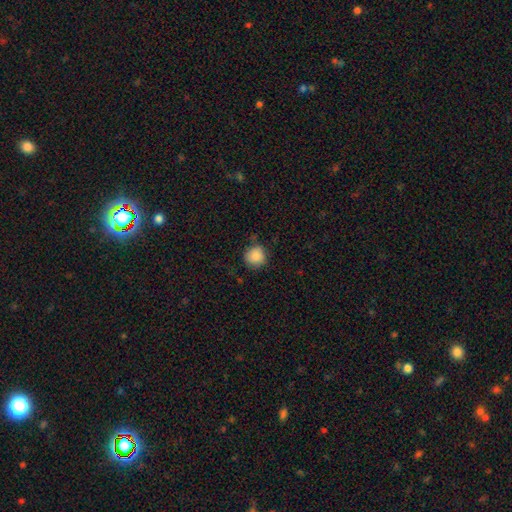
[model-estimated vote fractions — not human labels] This appears to be a smooth galaxy with no disk features (87%) that is round (92%). Merging: none (78%).